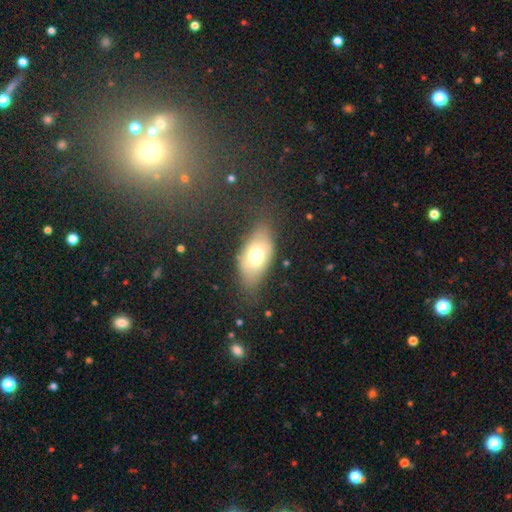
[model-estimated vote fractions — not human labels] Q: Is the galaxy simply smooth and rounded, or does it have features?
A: smooth — 68%.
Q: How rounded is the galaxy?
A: in between — 87%.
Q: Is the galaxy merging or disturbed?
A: none — 67%.